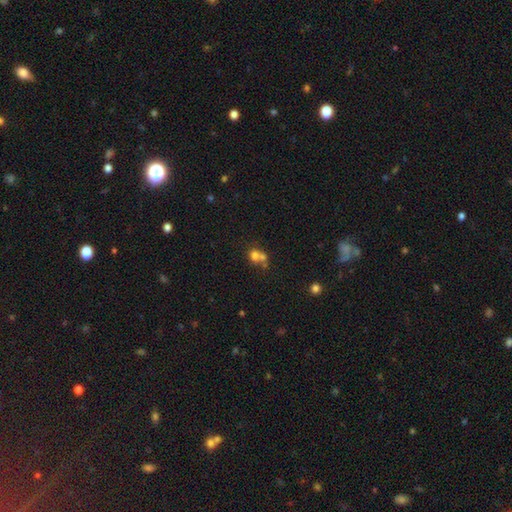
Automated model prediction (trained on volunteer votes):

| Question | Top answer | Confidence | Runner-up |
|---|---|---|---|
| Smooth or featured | smooth | 69% | featured or disk (16%) |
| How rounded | round | 75% | in between (24%) |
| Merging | merger | 56% | none (33%) |